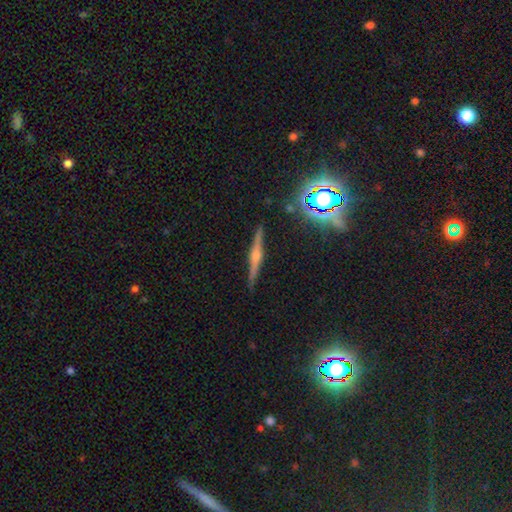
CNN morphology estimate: smooth-or-featured: featured or disk: 72% | smooth: 16% | star or artifact: 13%
  disk-edge-on: yes: 98% | no: 2%
    edge-on-bulge: rounded: 80% | boxy: 12% | none: 8%
  merging: none: 90% | minor disturbance: 7% | major disturbance: 2% | merger: 1%